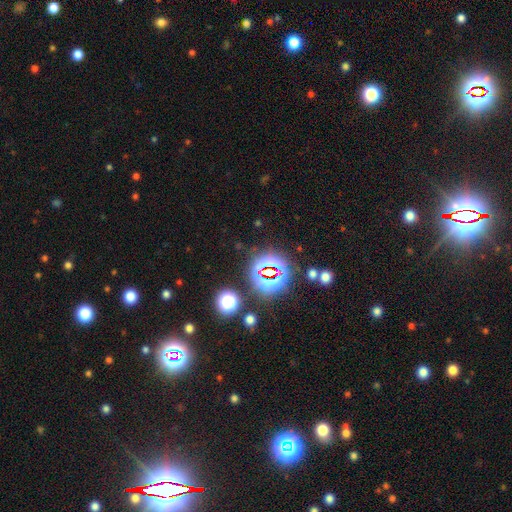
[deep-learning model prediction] Morphology: type=star or artifact (84%).